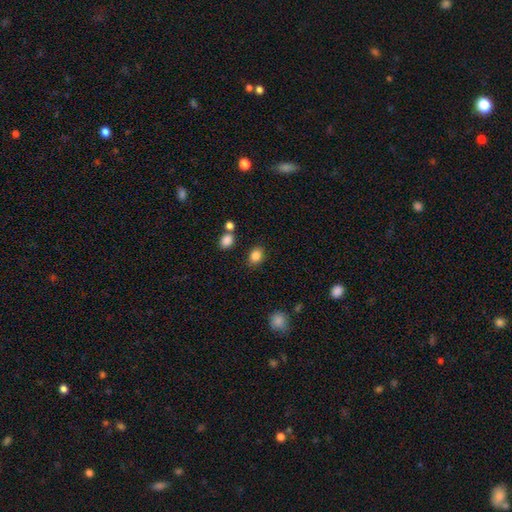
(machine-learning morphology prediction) type=smooth (85%); roundness=in between (59%); merging=none (81%).